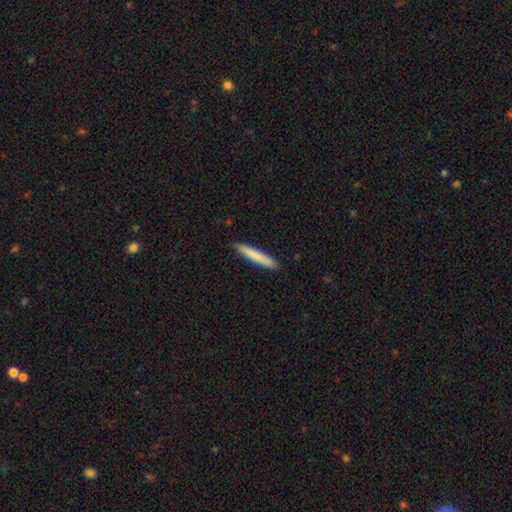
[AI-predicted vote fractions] A smooth galaxy with no disk features (80%) that is cigar-shaped (95%).

Vote fractions:
- Smooth or featured? smooth: 80% / featured or disk: 15% / star or artifact: 5%
- How rounded? cigar-shaped: 95% / in between: 4% / round: 1%
- Merging? none: 91% / minor disturbance: 6% / major disturbance: 1% / merger: 1%